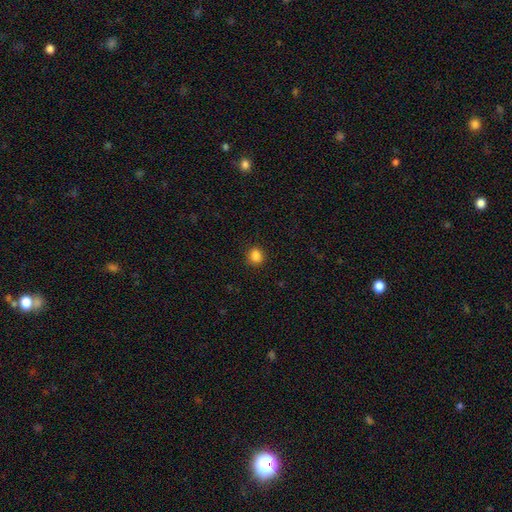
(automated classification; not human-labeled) Smooth or featured? smooth (85%)
How rounded? round (74%)
Merging? none (88%)